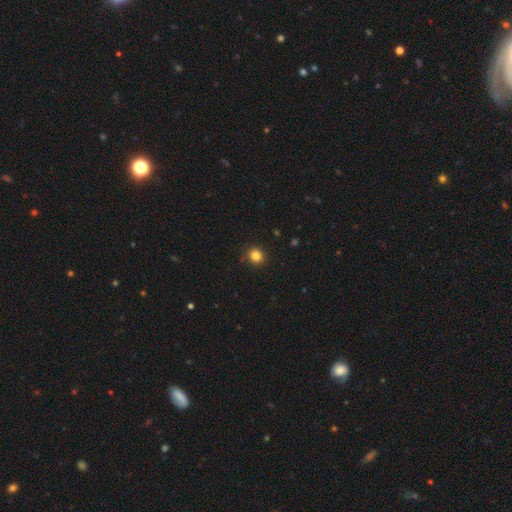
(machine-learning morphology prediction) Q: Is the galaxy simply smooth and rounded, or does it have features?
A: smooth — 84%.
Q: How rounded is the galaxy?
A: round — 91%.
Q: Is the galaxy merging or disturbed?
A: none — 91%.